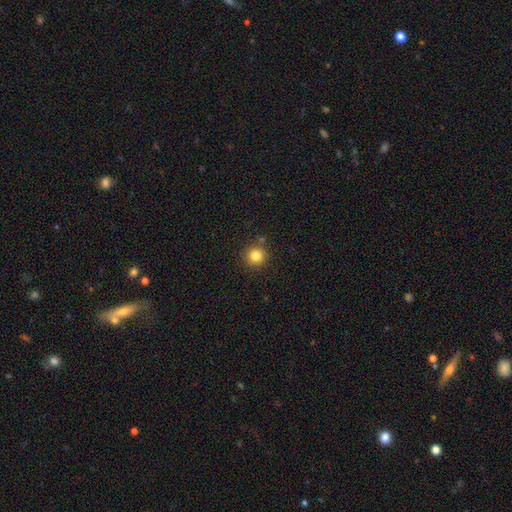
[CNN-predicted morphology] The model was most divided on "smooth or featured": smooth: 82%, star or artifact: 12%, featured or disk: 6%. More confident: how rounded — round (95%); merging — none (86%).